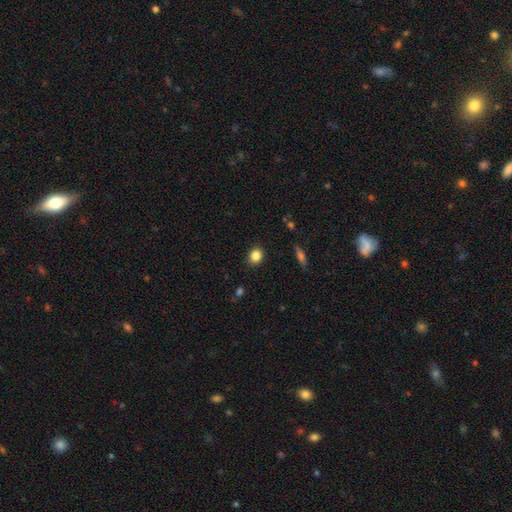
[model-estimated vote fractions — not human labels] smooth-or-featured: smooth: 84% | star or artifact: 10% | featured or disk: 6%
  how-rounded: round: 69% | in between: 30% | cigar-shaped: 1%
  merging: none: 87% | minor disturbance: 10% | major disturbance: 2% | merger: 1%